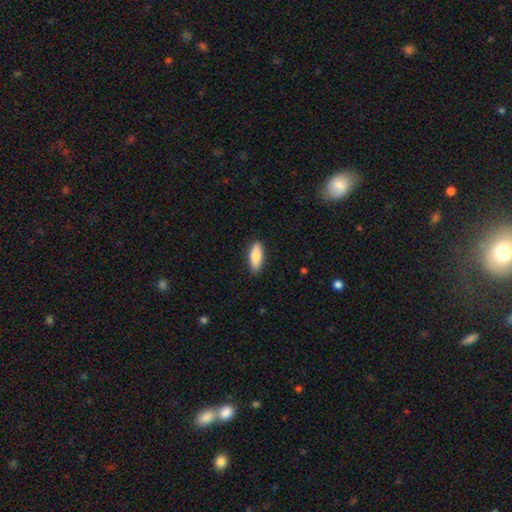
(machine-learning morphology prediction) type=smooth (81%); roundness=in between (66%); merging=none (88%).